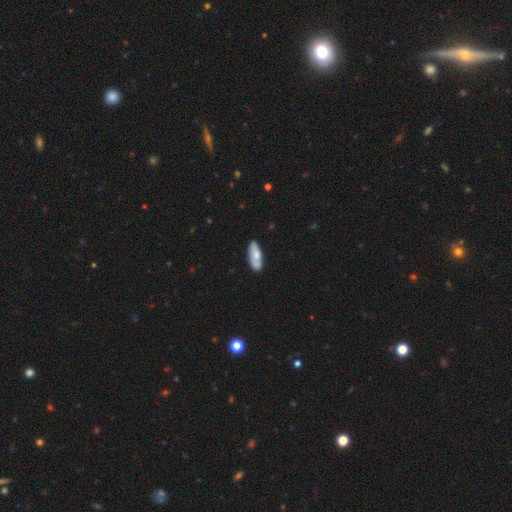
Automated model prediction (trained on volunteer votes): Smooth or featured?
  - smooth: 67% *
  - featured or disk: 28%
  - star or artifact: 6%
How rounded?
  - in between: 75% *
  - cigar-shaped: 23%
  - round: 2%
Merging?
  - none: 76% *
  - minor disturbance: 17%
  - merger: 3%
  - major disturbance: 3%